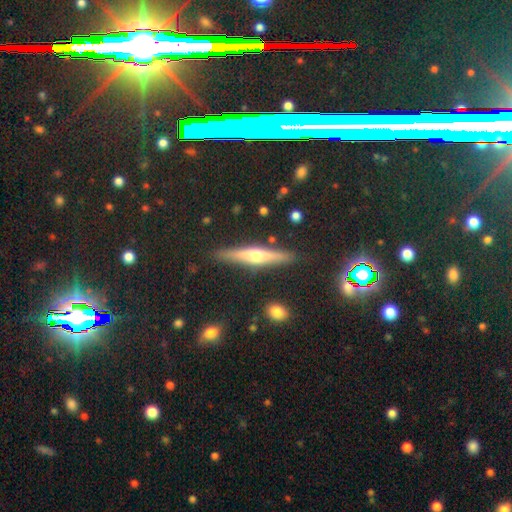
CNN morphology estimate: Smooth or featured?
  - featured or disk: 64% *
  - smooth: 27%
  - star or artifact: 9%
Edge-on disk?
  - yes: 96% *
  - no: 4%
Edge-on bulge?
  - rounded: 89% *
  - none: 6%
  - boxy: 5%
Merging?
  - none: 88% *
  - minor disturbance: 8%
  - major disturbance: 2%
  - merger: 2%